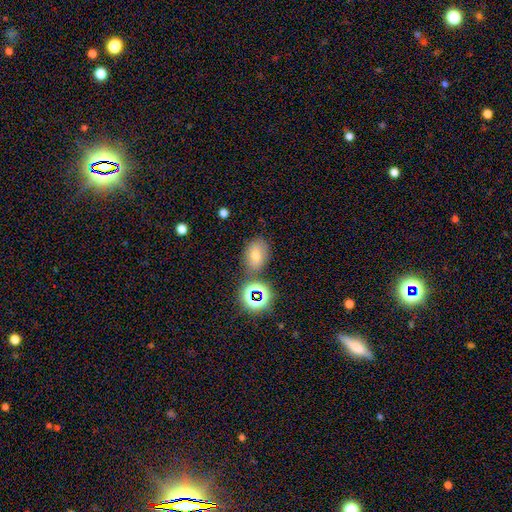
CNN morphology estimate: Smooth or featured?
  - smooth: 59% *
  - star or artifact: 26%
  - featured or disk: 15%
How rounded?
  - in between: 67% *
  - round: 31%
  - cigar-shaped: 1%
Merging?
  - none: 73% *
  - minor disturbance: 13%
  - merger: 10%
  - major disturbance: 4%